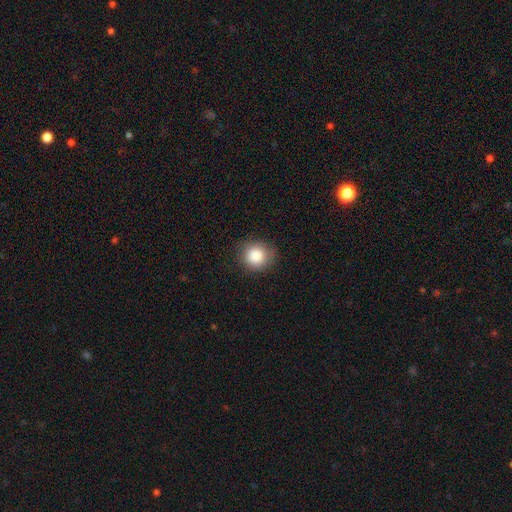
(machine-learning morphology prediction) smooth-or-featured: smooth: 85% | star or artifact: 9% | featured or disk: 5%
  how-rounded: round: 87% | in between: 12% | cigar-shaped: 1%
  merging: none: 83% | minor disturbance: 13% | major disturbance: 3% | merger: 1%